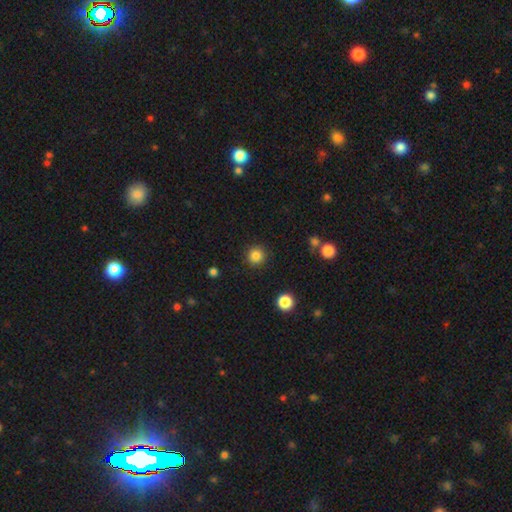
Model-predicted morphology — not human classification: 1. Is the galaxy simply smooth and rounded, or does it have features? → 84% smooth, 12% star or artifact, 5% featured or disk.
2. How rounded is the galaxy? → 95% round, 4% in between, 1% cigar-shaped.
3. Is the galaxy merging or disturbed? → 91% none, 6% minor disturbance, 2% major disturbance, 1% merger.